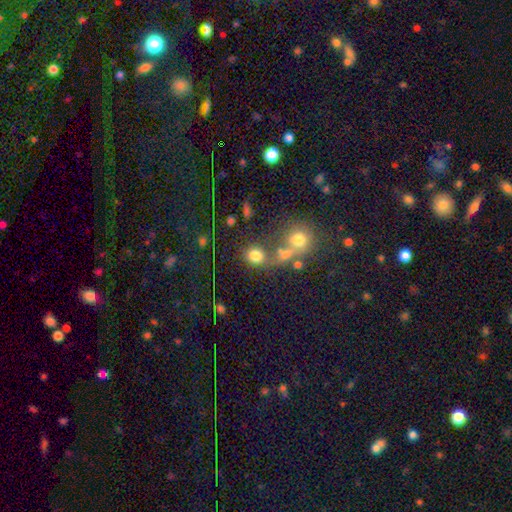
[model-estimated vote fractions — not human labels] Q: Smooth or featured?
A: smooth (75%); runner-up: star or artifact (16%)
Q: How rounded?
A: round (72%); runner-up: in between (26%)
Q: Merging?
A: none (54%); runner-up: merger (27%)